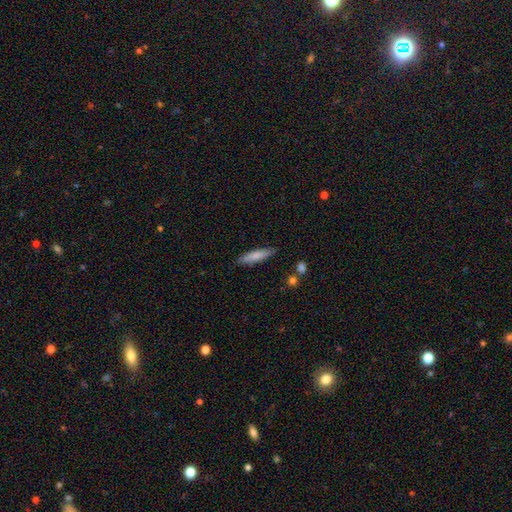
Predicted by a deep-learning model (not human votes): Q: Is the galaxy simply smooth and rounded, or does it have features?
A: smooth — 77%.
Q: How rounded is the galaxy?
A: cigar-shaped — 78%.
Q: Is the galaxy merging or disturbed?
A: none — 86%.